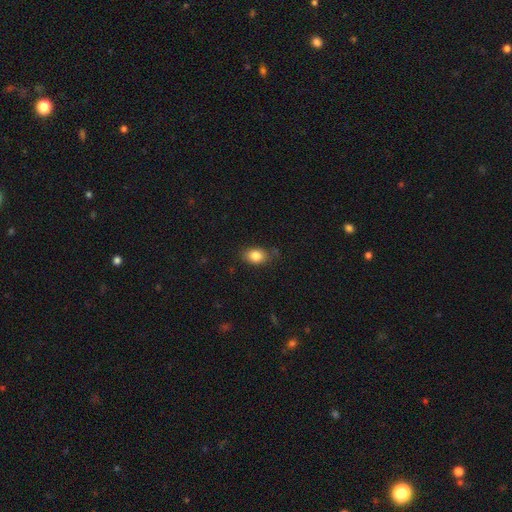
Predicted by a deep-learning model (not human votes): This appears to be a smooth galaxy with no disk features (84%) that is in between round and cigar-shaped (73%). Merging: none (78%).